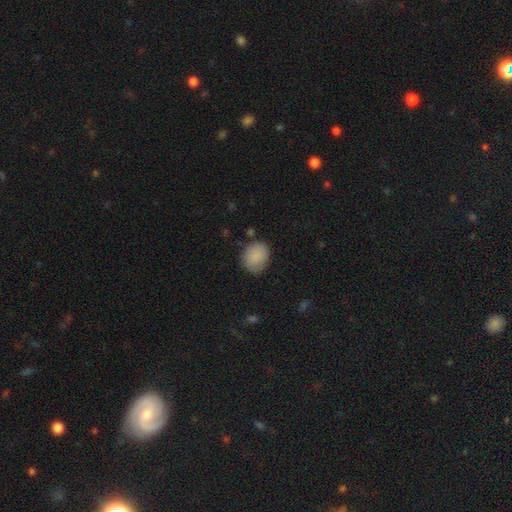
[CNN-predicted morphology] type=smooth (88%); roundness=round (62%); merging=none (72%).